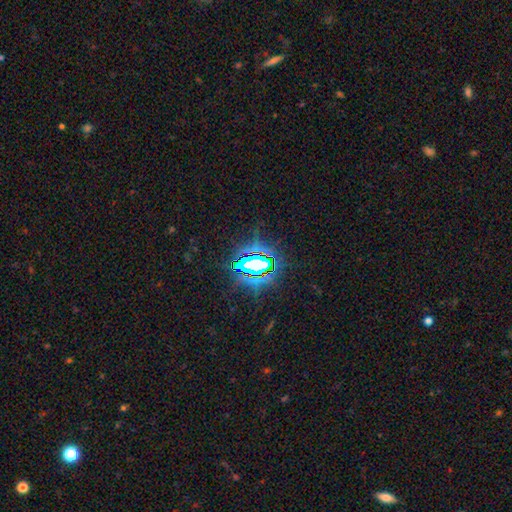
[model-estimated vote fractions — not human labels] smooth-or-featured: star or artifact: 81% | smooth: 12% | featured or disk: 7%